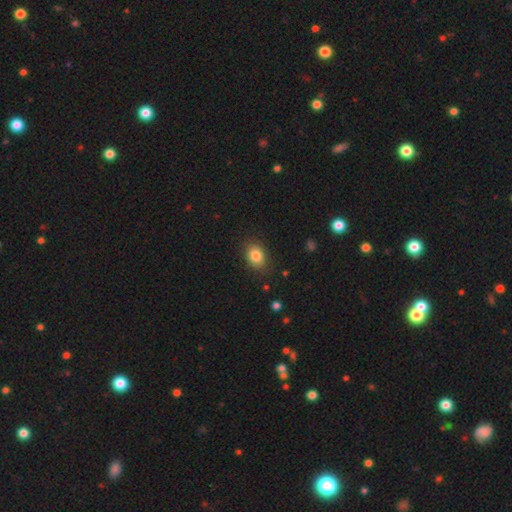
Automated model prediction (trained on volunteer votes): smooth_or_featured: smooth (p=0.83) [alt: star or artifact p=0.09]
how_rounded: in between (p=0.65) [alt: round p=0.34]
merging: none (p=0.85) [alt: minor disturbance p=0.11]